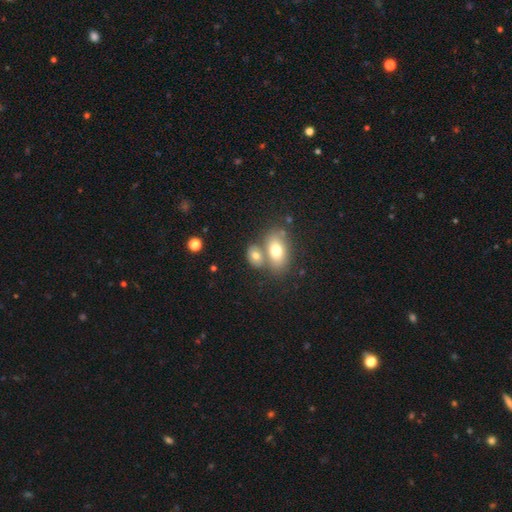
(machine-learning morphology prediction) This is likely a smooth galaxy (73%). How rounded: clearly in between (81%). Merging: marginally none (43%, tied with merger).